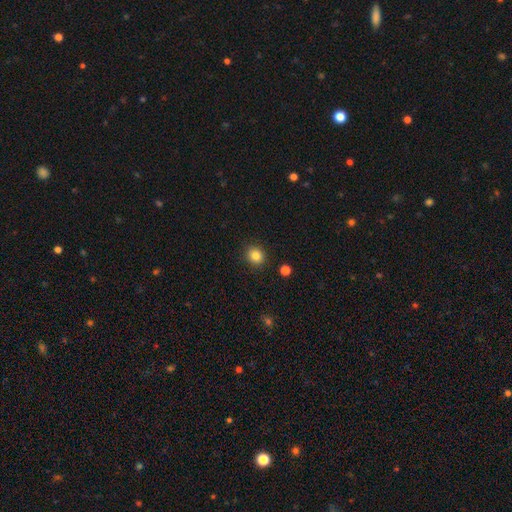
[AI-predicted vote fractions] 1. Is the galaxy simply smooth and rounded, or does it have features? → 84% smooth, 11% star or artifact, 5% featured or disk.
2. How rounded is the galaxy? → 75% round, 24% in between, 1% cigar-shaped.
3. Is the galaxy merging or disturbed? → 90% none, 7% minor disturbance, 2% major disturbance, 2% merger.